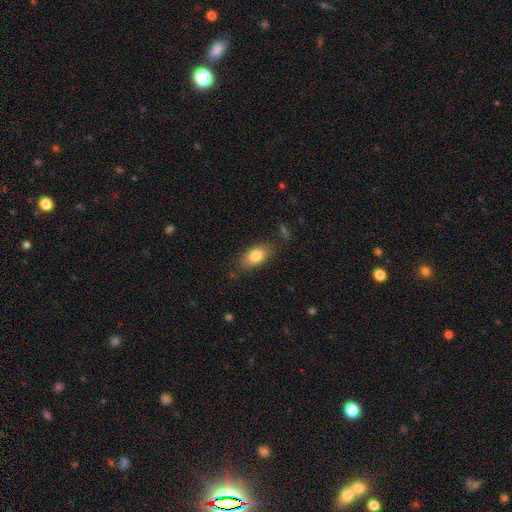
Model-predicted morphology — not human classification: type=smooth (81%); roundness=in between (87%); merging=none (78%).